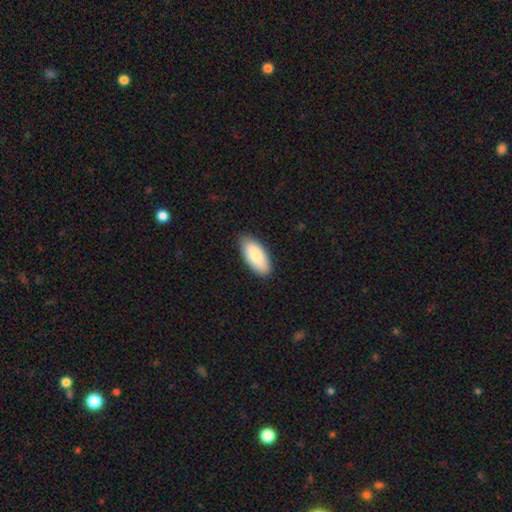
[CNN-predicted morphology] smooth 85%, featured or disk 9%, star or artifact 5%. Down the decision tree: how rounded — in between (89%); merging — none (86%).